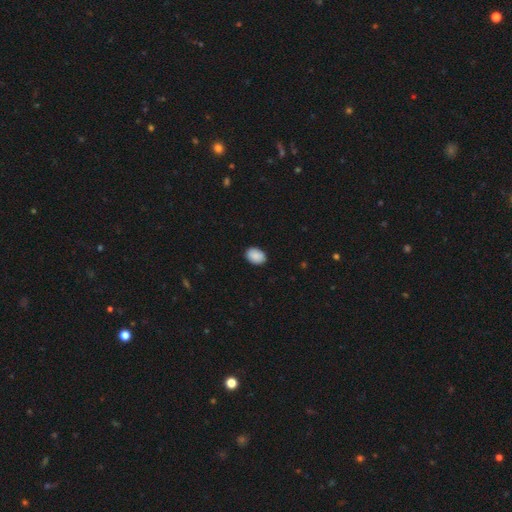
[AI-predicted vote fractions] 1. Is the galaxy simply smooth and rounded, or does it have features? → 89% smooth, 7% star or artifact, 4% featured or disk.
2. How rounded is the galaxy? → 75% in between, 24% round, 1% cigar-shaped.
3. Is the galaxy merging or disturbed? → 88% none, 9% minor disturbance, 2% major disturbance, 1% merger.